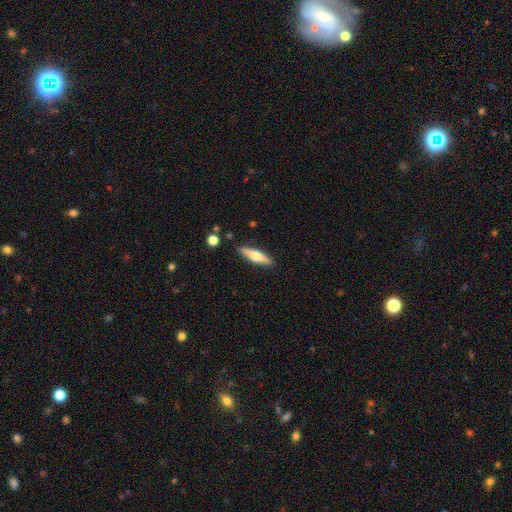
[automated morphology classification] This appears to be a smooth galaxy with no disk features (50%) that is cigar-shaped (70%). Merging: none (87%).